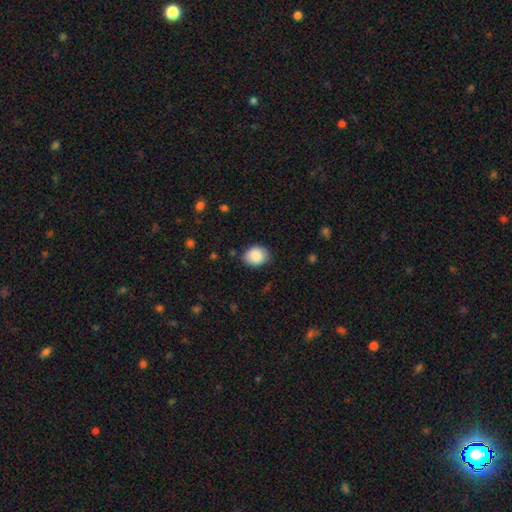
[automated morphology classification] Smooth or featured: smooth — 88% (star or artifact — 7%)
How rounded: round — 54% (in between — 45%)
Merging: none — 80% (minor disturbance — 16%)